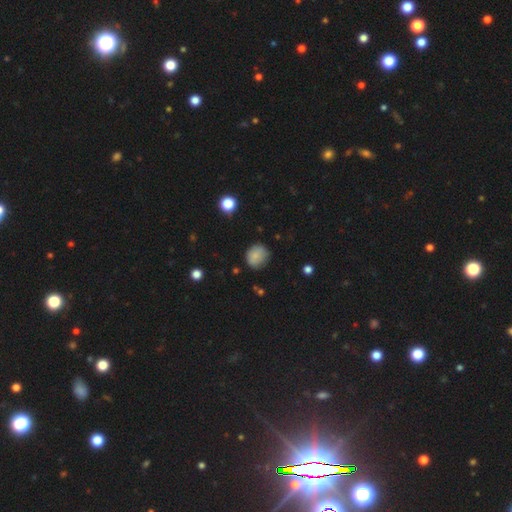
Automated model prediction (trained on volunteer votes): Q: Smooth or featured?
A: smooth (83%); runner-up: star or artifact (9%)
Q: How rounded?
A: round (77%); runner-up: in between (22%)
Q: Merging?
A: none (75%); runner-up: minor disturbance (19%)